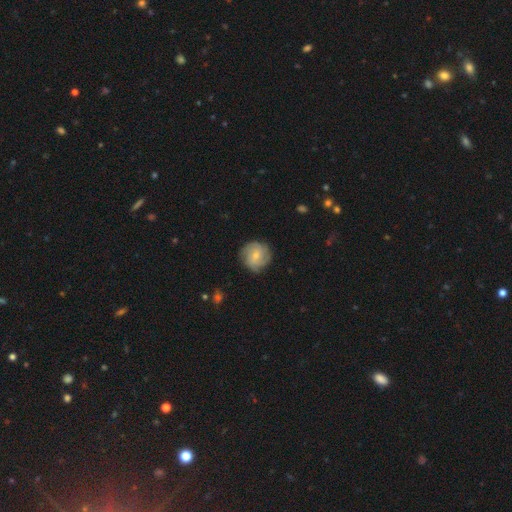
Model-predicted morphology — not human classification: This is possibly a smooth galaxy (49%). Merging: likely none (78%).